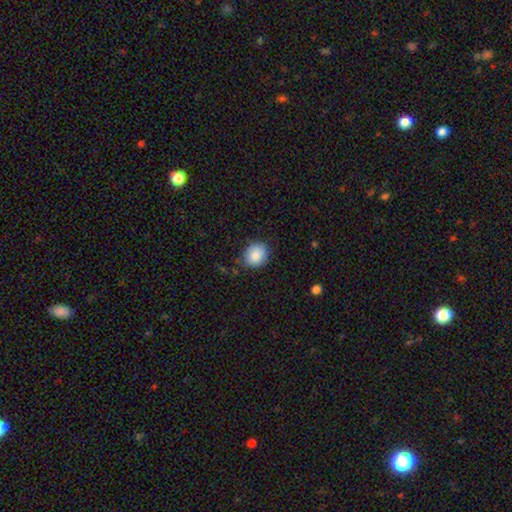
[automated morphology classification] A smooth galaxy with no disk features (87%) that is round (71%). Merging: none (82%).